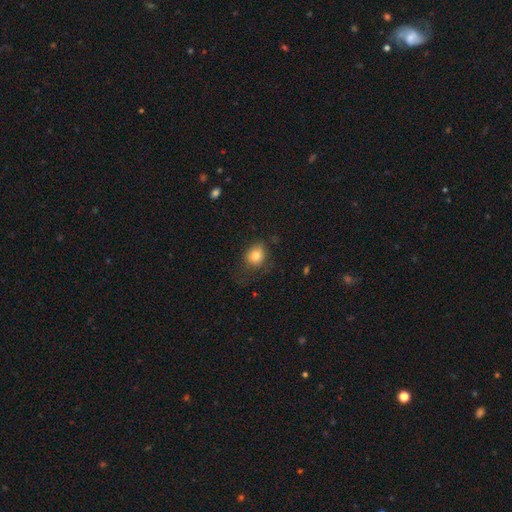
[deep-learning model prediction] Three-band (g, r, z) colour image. It shows a smooth galaxy with no disk features (81%) that is round (58%). Merging: none (56%).